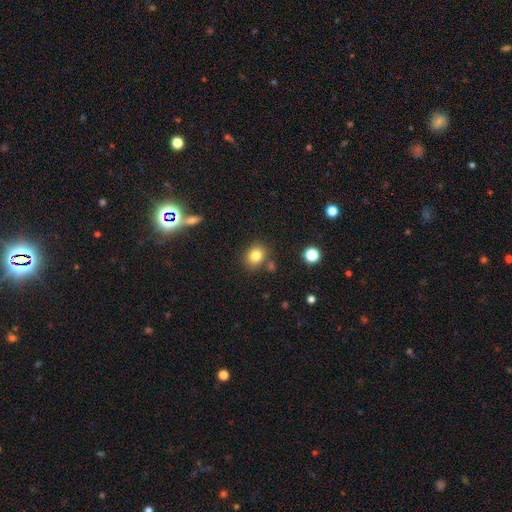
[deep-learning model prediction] Smooth or featured?
  - smooth: 81% *
  - star or artifact: 11%
  - featured or disk: 7%
How rounded?
  - round: 63% *
  - in between: 36%
  - cigar-shaped: 1%
Merging?
  - none: 78% *
  - minor disturbance: 11%
  - merger: 8%
  - major disturbance: 3%